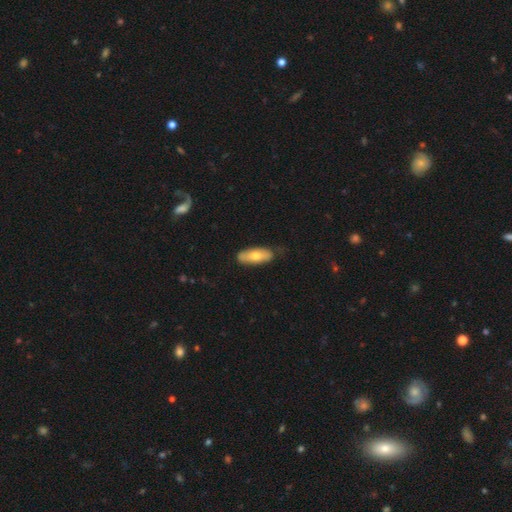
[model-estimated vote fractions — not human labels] smooth-or-featured: smooth: 65% | featured or disk: 30% | star or artifact: 6%
  how-rounded: in between: 66% | cigar-shaped: 32% | round: 2%
  merging: none: 75% | minor disturbance: 20% | major disturbance: 3% | merger: 1%